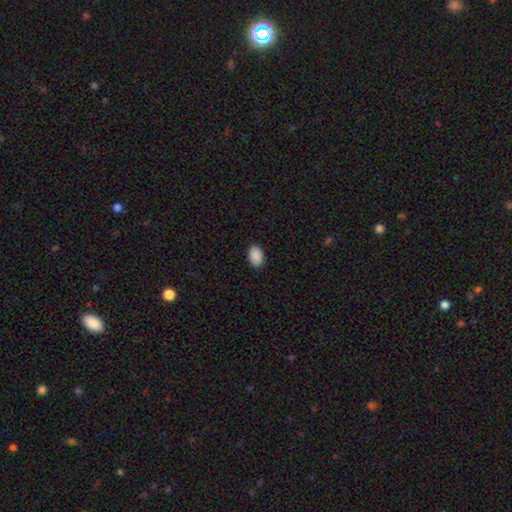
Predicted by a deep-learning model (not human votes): smooth_or_featured: smooth (p=0.91) [alt: star or artifact p=0.07]
how_rounded: in between (p=0.88) [alt: round p=0.11]
merging: none (p=0.90) [alt: minor disturbance p=0.07]